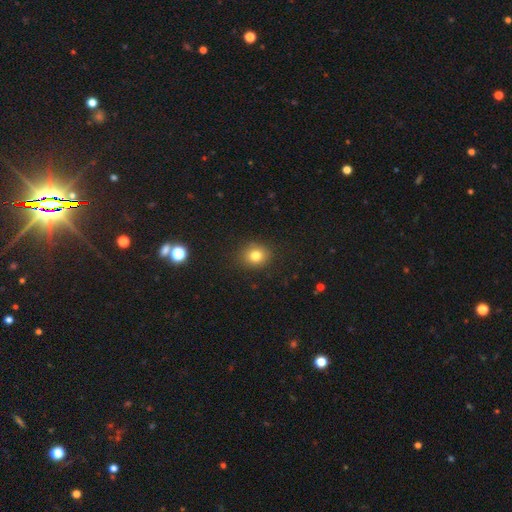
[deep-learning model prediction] A smooth galaxy with no disk features (80%) that is round (74%). Merging: none (88%).